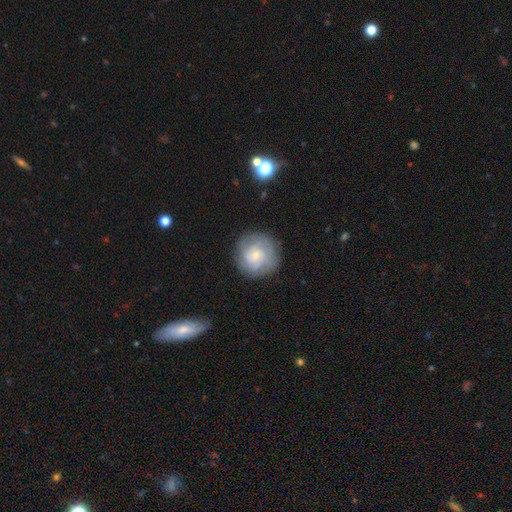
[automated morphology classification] Smooth or featured? featured or disk (52%)
Edge-on disk? no (98%)
Bar? no (73%)
Spiral arms? yes (85%)
Bulge size? small (55%)
Merging? none (82%)